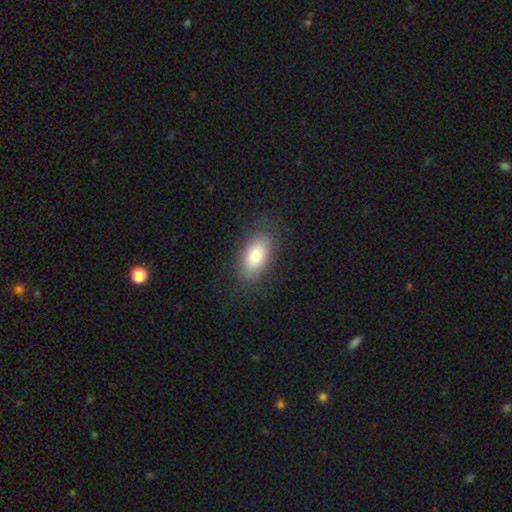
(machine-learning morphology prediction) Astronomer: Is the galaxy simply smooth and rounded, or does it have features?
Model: smooth — 78%.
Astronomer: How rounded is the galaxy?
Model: in between — 92%.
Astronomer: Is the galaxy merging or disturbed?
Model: none — 83%.